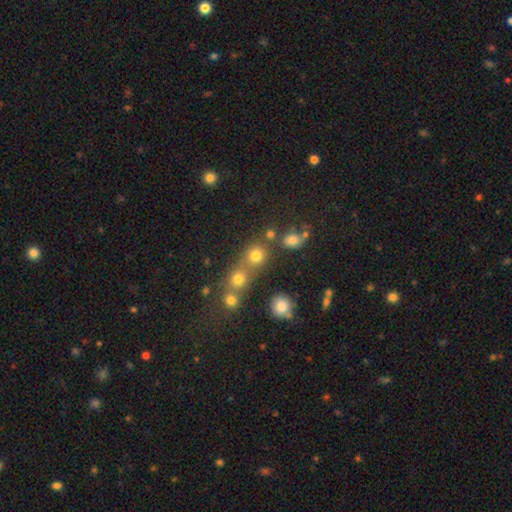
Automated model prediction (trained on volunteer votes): smooth 72%, star or artifact 20%, featured or disk 8%. Down the decision tree: how rounded — round (85%); merging — none (57%).